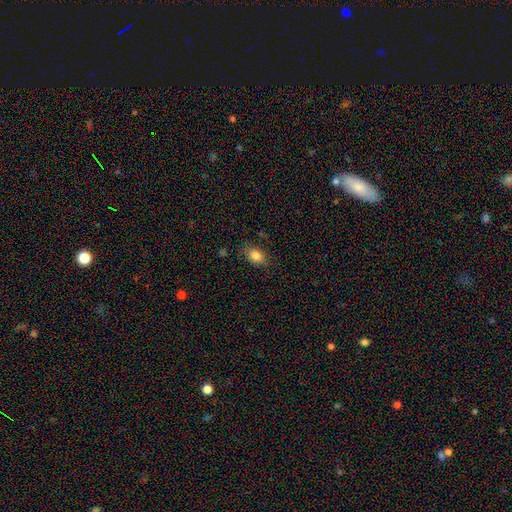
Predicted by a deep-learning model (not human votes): The model was most divided on "how rounded": in between: 78%, round: 20%, cigar-shaped: 2%. More confident: smooth or featured — smooth (83%); merging — none (80%).